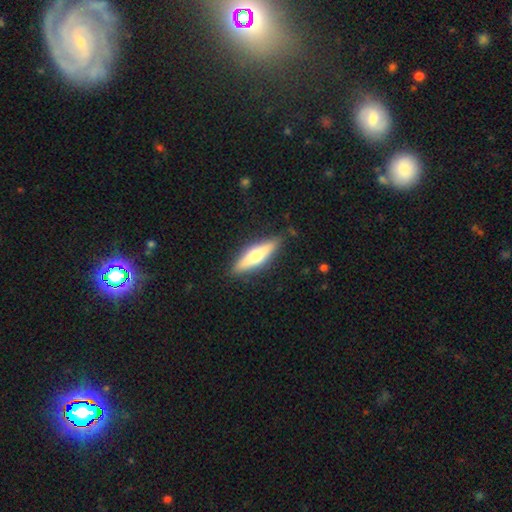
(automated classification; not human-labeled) Smooth or featured: smooth — 50% (featured or disk — 45%)
Merging: none — 86% (minor disturbance — 10%)